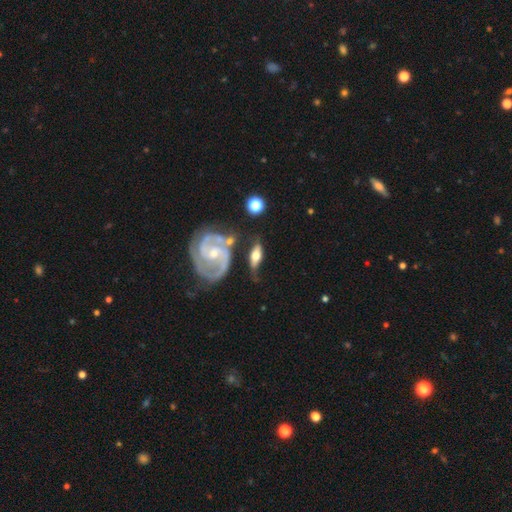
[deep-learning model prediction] Morphology: type=featured or disk (62%); edge-on=no (70%); merging=none (54%).